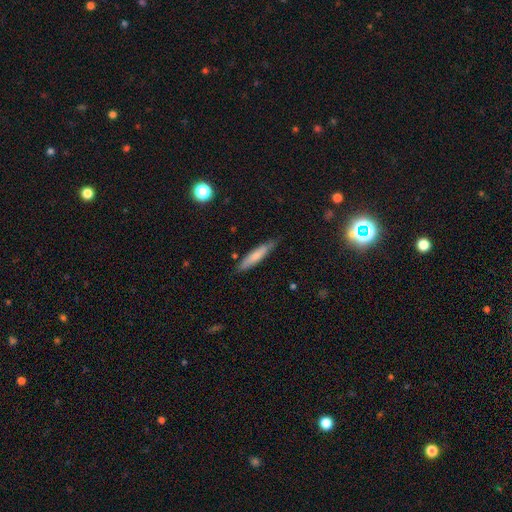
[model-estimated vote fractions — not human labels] smooth_or_featured: smooth (p=0.69) [alt: featured or disk p=0.25]
how_rounded: cigar-shaped (p=0.86) [alt: in between p=0.13]
merging: none (p=0.79) [alt: minor disturbance p=0.17]